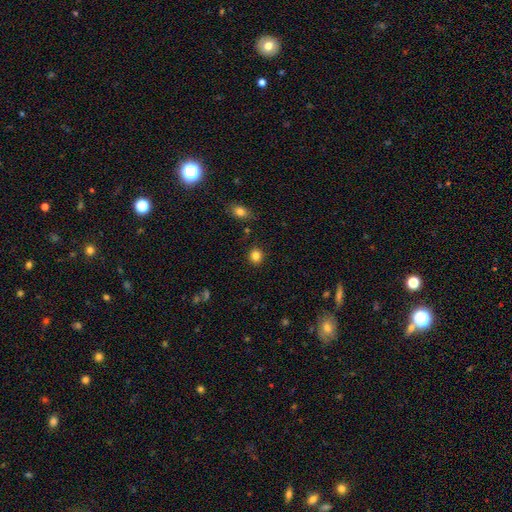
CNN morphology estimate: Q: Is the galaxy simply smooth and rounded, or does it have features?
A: smooth — 84%.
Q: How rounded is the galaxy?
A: round — 85%.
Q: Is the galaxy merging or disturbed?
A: none — 89%.